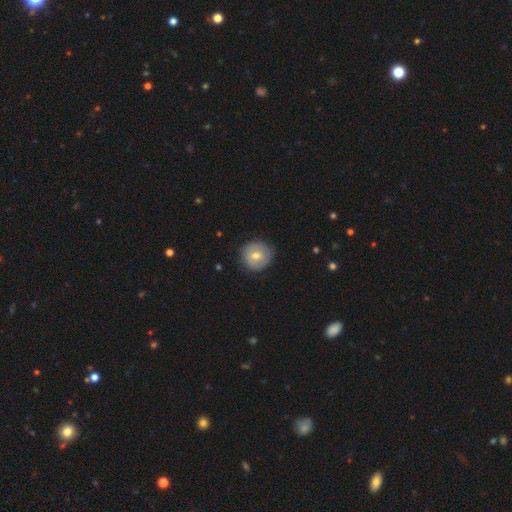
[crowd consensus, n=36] smooth_or_featured: featured or disk (p=0.53) [alt: smooth p=0.44]
disk_edge_on: no (p=0.95) [alt: yes p=0.05]
bar: no (p=0.61) [alt: weak p=0.39]
has_spiral_arms: no (p=0.56) [alt: yes p=0.44]
bulge_size: moderate (p=0.89) [alt: small p=0.11]
merging: none (p=0.86) [alt: minor disturbance p=0.06]